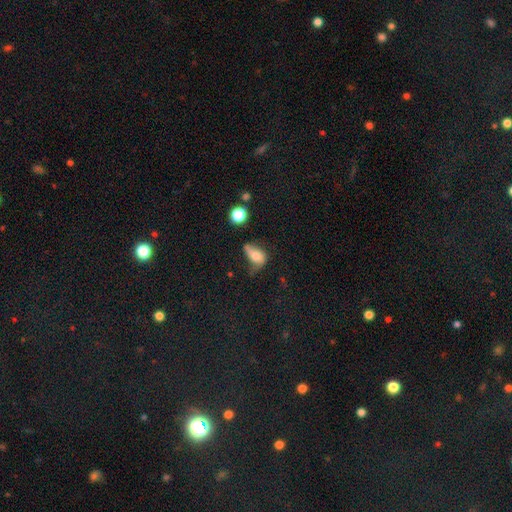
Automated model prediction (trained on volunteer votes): Smooth or featured?
  - smooth: 66% *
  - featured or disk: 23%
  - star or artifact: 11%
How rounded?
  - in between: 78% *
  - round: 18%
  - cigar-shaped: 3%
Merging?
  - minor disturbance: 34% *
  - major disturbance: 29%
  - none: 26%
  - merger: 11%